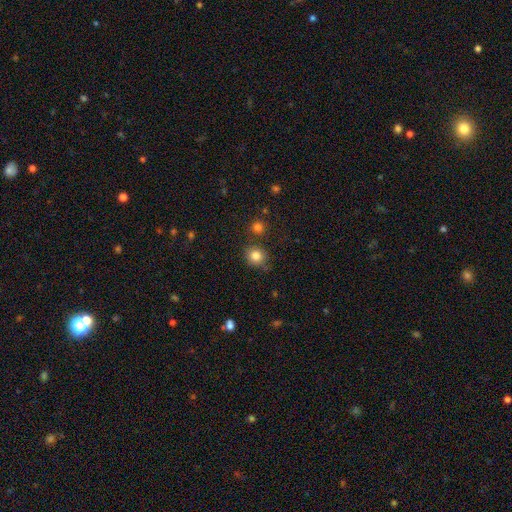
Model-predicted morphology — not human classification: This is clearly a smooth galaxy (83%). How rounded: clearly round (87%). Merging: likely none (78%).